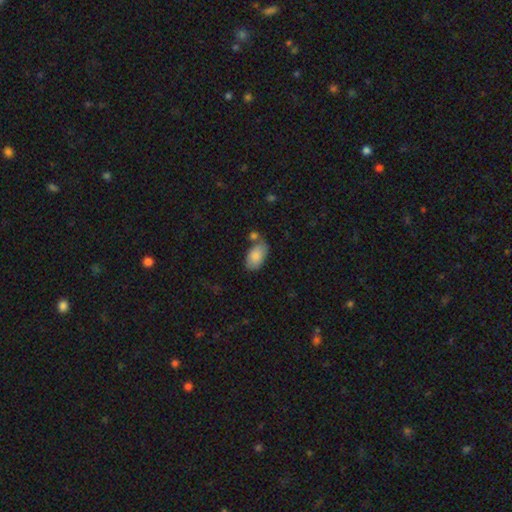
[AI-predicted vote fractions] Smooth or featured? Predicted: smooth (p=0.84). How rounded? Predicted: in between (p=0.94). Merging? Predicted: none (p=0.58).